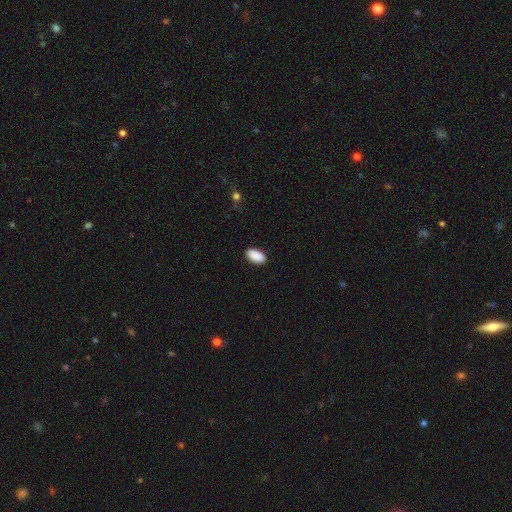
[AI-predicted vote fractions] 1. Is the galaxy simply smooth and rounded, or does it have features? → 91% smooth, 7% star or artifact, 3% featured or disk.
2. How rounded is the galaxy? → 94% in between, 3% round, 2% cigar-shaped.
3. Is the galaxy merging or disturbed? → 88% none, 9% minor disturbance, 2% major disturbance, 1% merger.